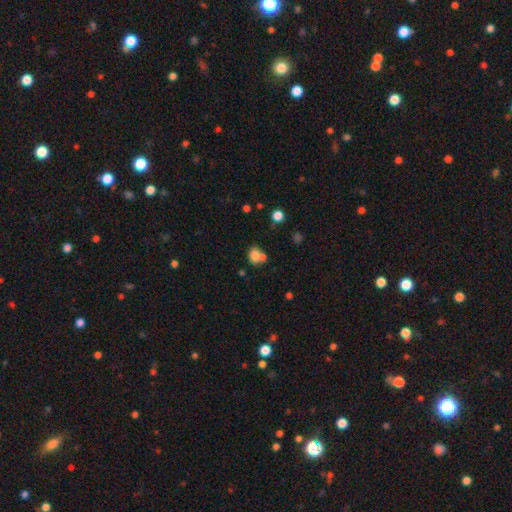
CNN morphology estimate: Overall: smooth (78%). How rounded: round (51%; in between 48%). Merging: none (42%; merger 40%).